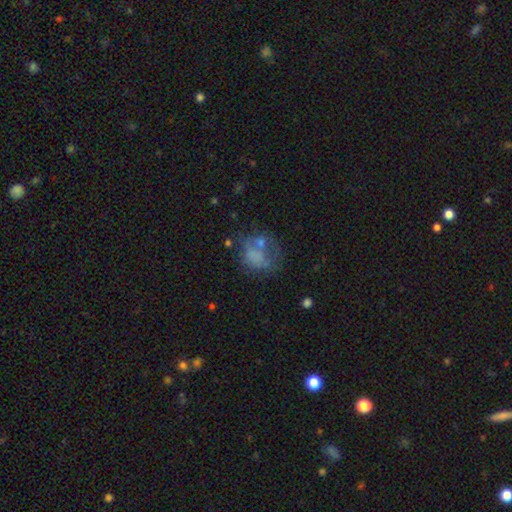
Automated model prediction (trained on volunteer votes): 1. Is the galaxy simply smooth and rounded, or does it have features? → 52% smooth, 34% featured or disk, 14% star or artifact.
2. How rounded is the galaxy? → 51% round, 48% in between, 1% cigar-shaped.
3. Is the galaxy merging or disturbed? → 34% none, 31% major disturbance, 22% minor disturbance, 13% merger.